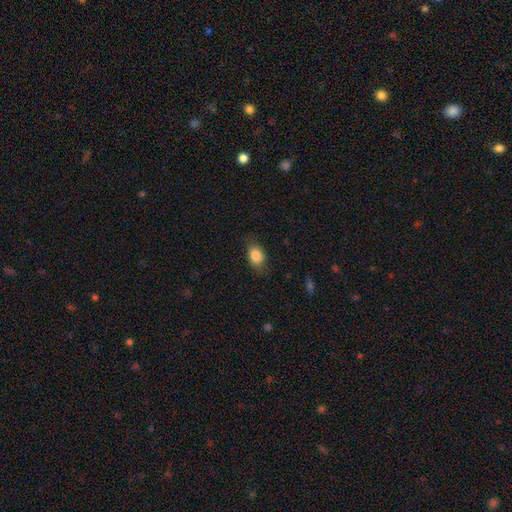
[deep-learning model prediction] A smooth galaxy with no disk features (84%) that is in between round and cigar-shaped (72%). Merging: none (76%).